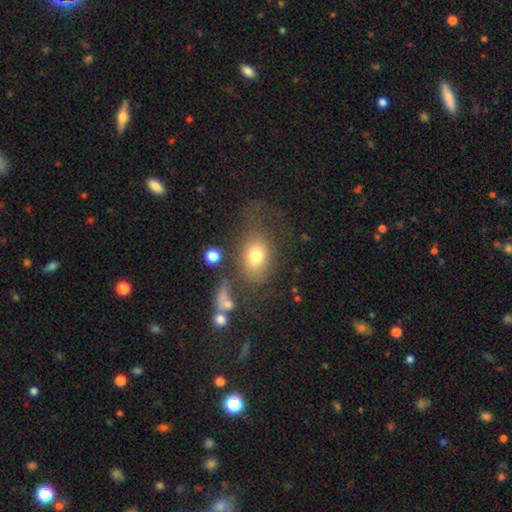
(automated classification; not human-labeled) Smooth or featured?
  - smooth: 69% *
  - featured or disk: 20%
  - star or artifact: 11%
How rounded?
  - in between: 71% *
  - round: 27%
  - cigar-shaped: 2%
Merging?
  - none: 42% *
  - major disturbance: 29%
  - minor disturbance: 17%
  - merger: 12%